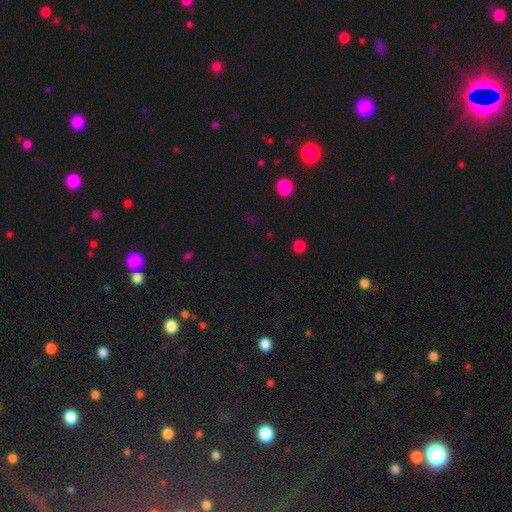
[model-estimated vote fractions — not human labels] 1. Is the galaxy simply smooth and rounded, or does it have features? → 56% star or artifact, 37% smooth, 7% featured or disk.